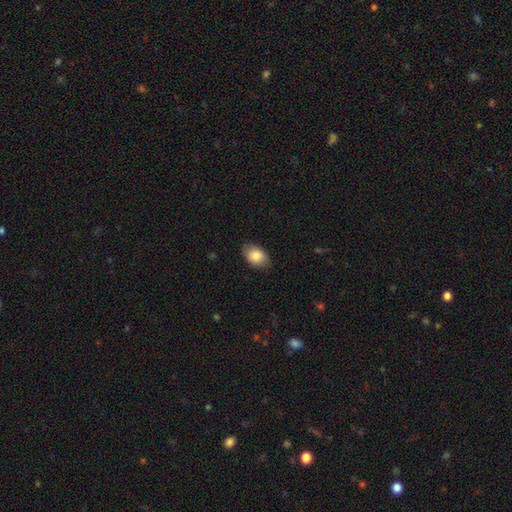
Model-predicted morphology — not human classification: Overall: smooth (85%). How rounded: in between (83%). Merging: none (82%).